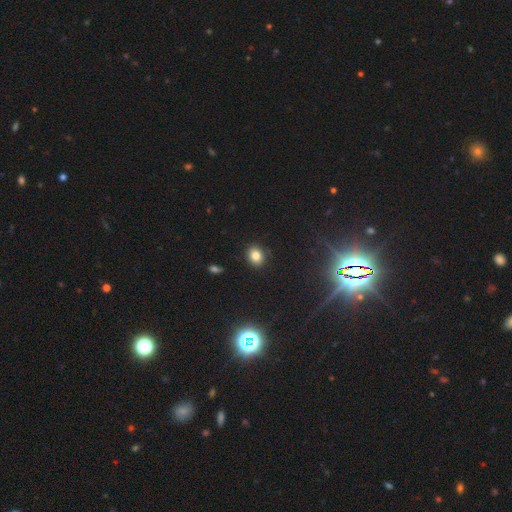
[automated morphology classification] Smooth or featured? Predicted: smooth (p=0.80). How rounded? Predicted: round (p=0.57). Merging? Predicted: none (p=0.88).